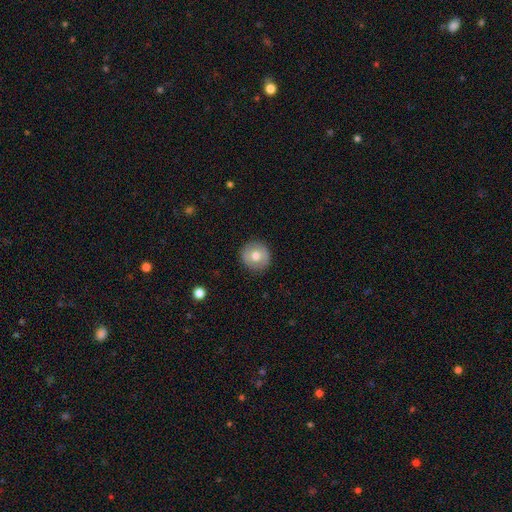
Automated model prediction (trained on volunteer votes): Overall: smooth (71%). How rounded: round (94%). Merging: none (90%).